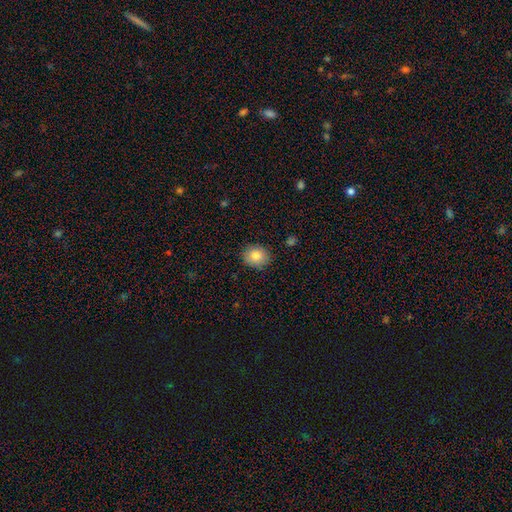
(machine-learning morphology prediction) Smooth or featured? smooth (84%)
How rounded? round (63%)
Merging? none (87%)